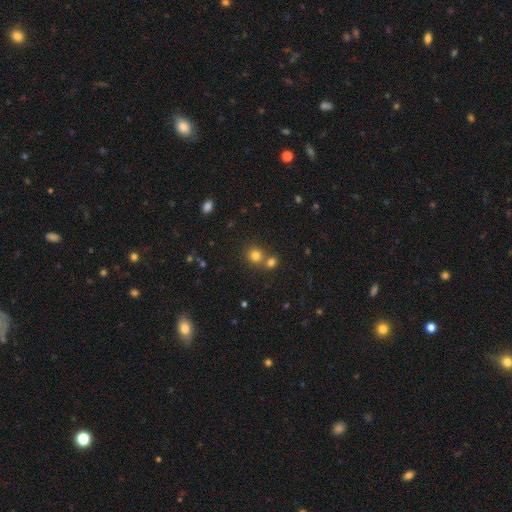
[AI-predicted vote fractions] smooth 78%, star or artifact 15%, featured or disk 7%. Down the decision tree: how rounded — round (85%); merging — none (58%).